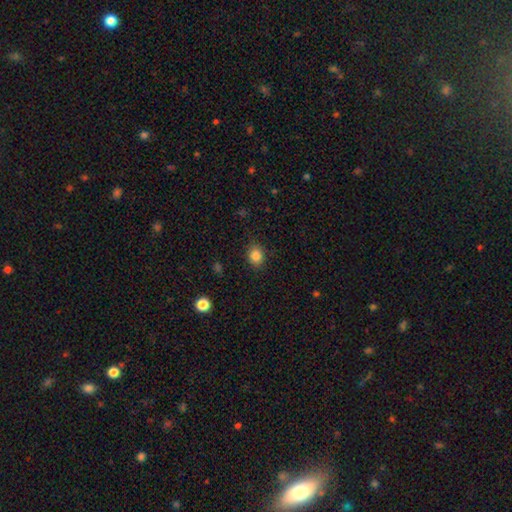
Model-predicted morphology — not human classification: This is clearly a smooth galaxy (84%). How rounded: possibly round (59%). Merging: clearly none (85%).